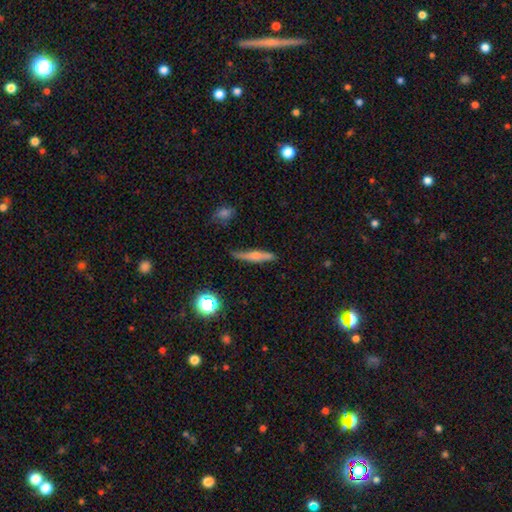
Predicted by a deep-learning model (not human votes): A smooth galaxy with no disk features (48%). Merging: none (77%).